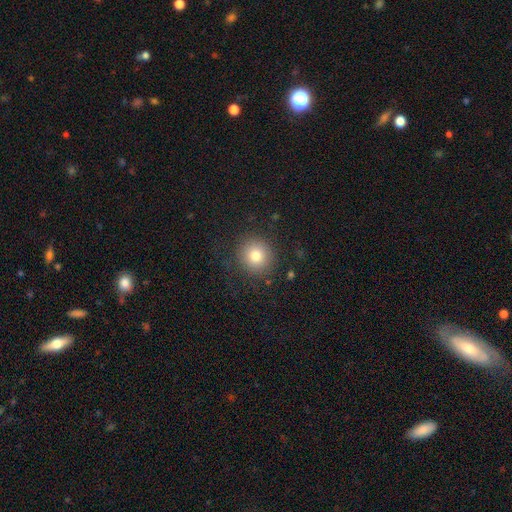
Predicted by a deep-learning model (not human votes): A smooth galaxy with no disk features (79%) that is round (92%). Merging: none (86%).